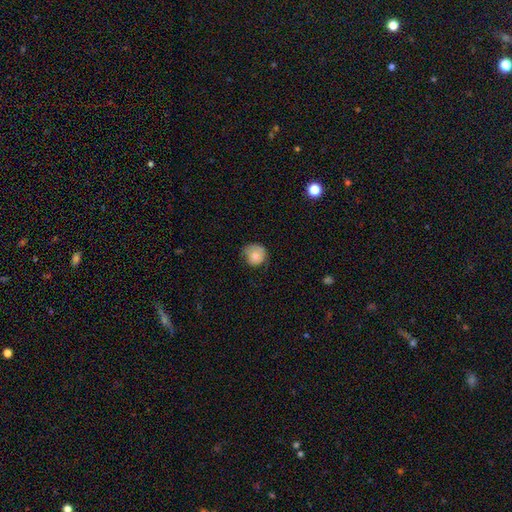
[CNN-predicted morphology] Smooth or featured?
  - smooth: 74% *
  - featured or disk: 18%
  - star or artifact: 8%
How rounded?
  - round: 84% *
  - in between: 15%
  - cigar-shaped: 1%
Merging?
  - none: 52% *
  - minor disturbance: 35%
  - major disturbance: 11%
  - merger: 2%